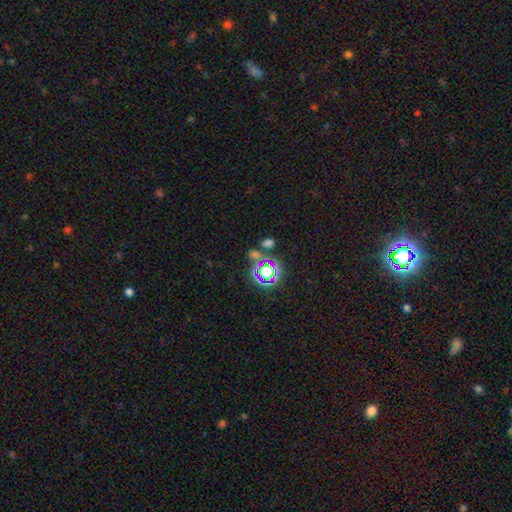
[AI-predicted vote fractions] Smooth or featured? star or artifact (60%)